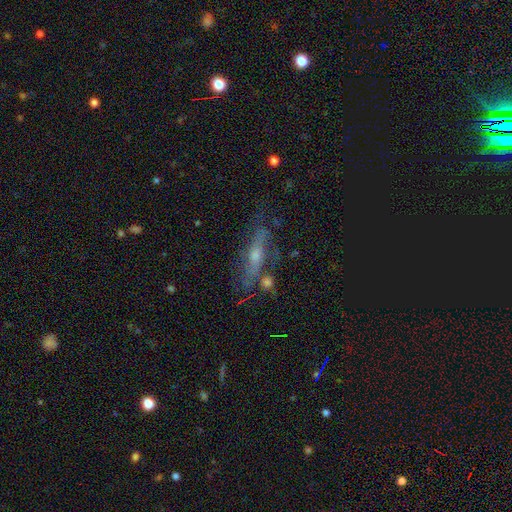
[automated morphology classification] smooth-or-featured: featured or disk: 63% | smooth: 26% | star or artifact: 11%
  disk-edge-on: yes: 59% | no: 41%
  merging: none: 61% | minor disturbance: 20% | major disturbance: 11% | merger: 8%